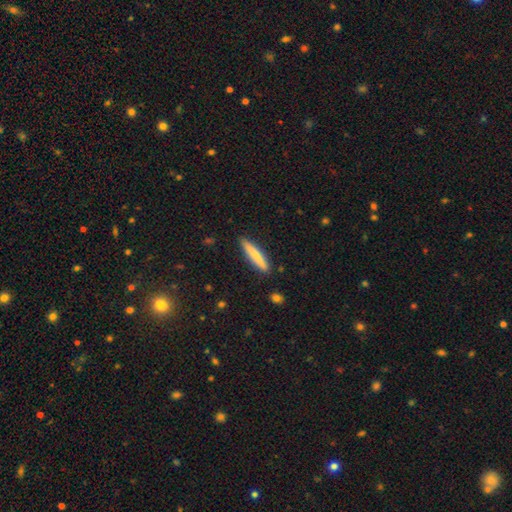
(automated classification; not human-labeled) A smooth galaxy with no disk features (78%) that is cigar-shaped (90%).

Vote fractions:
- Smooth or featured? smooth: 78% / featured or disk: 16% / star or artifact: 6%
- How rounded? cigar-shaped: 90% / in between: 8% / round: 1%
- Merging? none: 88% / minor disturbance: 8% / major disturbance: 2% / merger: 1%